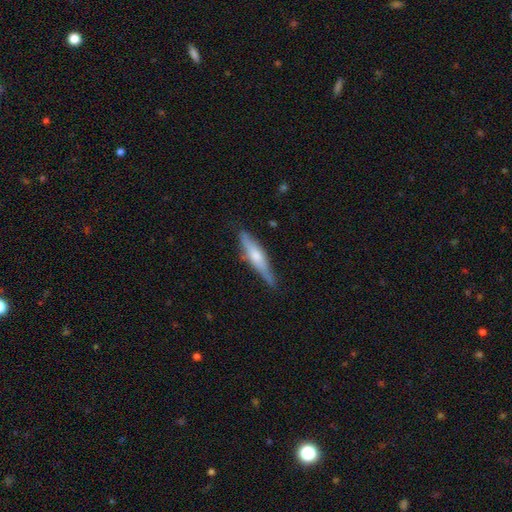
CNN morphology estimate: Q: Smooth or featured?
A: featured or disk (51%); runner-up: smooth (43%)
Q: Edge-on disk?
A: yes (92%); runner-up: no (8%)
Q: Merging?
A: none (78%); runner-up: minor disturbance (17%)